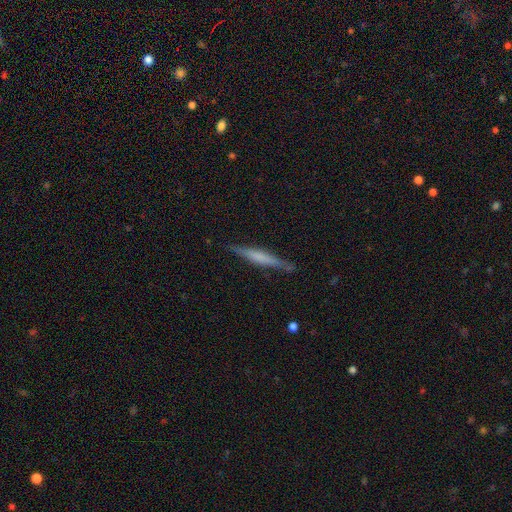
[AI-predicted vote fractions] featured or disk 57%, smooth 36%, star or artifact 7%. Down the decision tree: edge-on disk — yes (97%); edge-on bulge — none (35%); merging — none (87%).